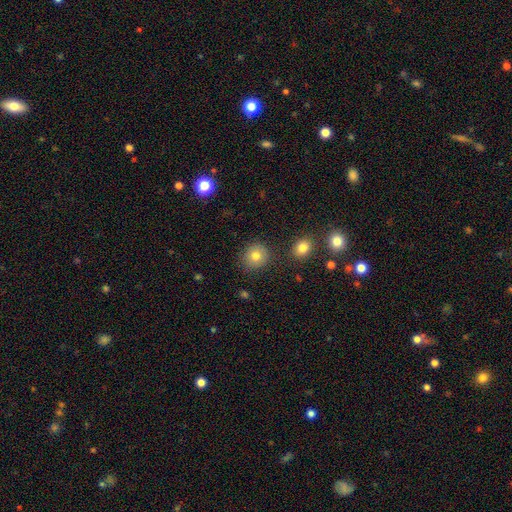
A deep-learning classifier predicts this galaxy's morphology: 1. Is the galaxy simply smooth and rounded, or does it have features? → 79% smooth, 11% star or artifact, 10% featured or disk.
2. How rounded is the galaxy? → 83% round, 16% in between, 1% cigar-shaped.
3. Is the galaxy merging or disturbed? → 84% none, 9% minor disturbance, 3% merger, 3% major disturbance.